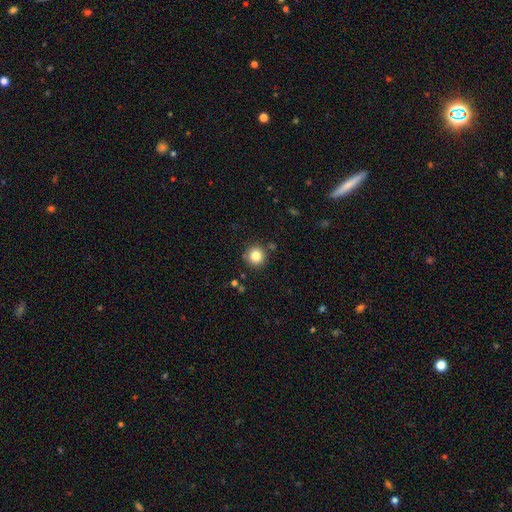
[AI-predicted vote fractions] Smooth or featured?
  - smooth: 83% *
  - star or artifact: 11%
  - featured or disk: 6%
How rounded?
  - round: 95% *
  - in between: 4%
  - cigar-shaped: 1%
Merging?
  - none: 87% *
  - minor disturbance: 7%
  - merger: 3%
  - major disturbance: 2%